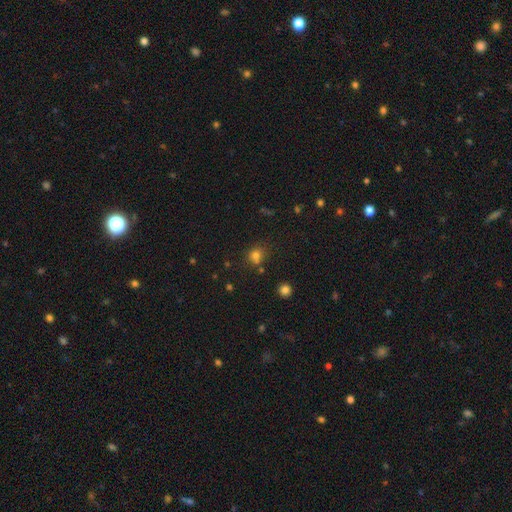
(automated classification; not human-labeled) Overall: smooth (75%). How rounded: round (74%). Merging: none (64%).